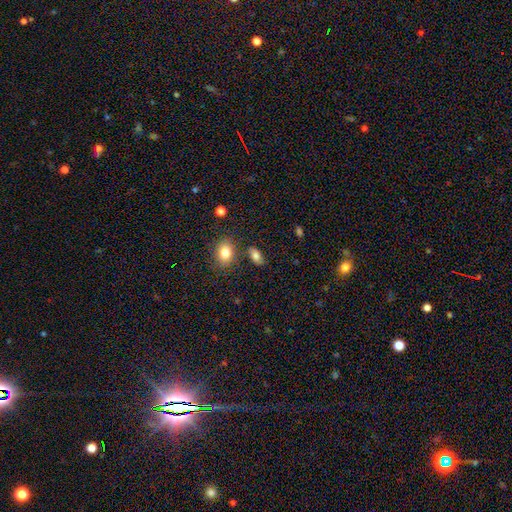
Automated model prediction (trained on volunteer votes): smooth_or_featured: smooth (p=0.80) [alt: featured or disk p=0.11]
how_rounded: in between (p=0.88) [alt: round p=0.08]
merging: none (p=0.75) [alt: minor disturbance p=0.13]